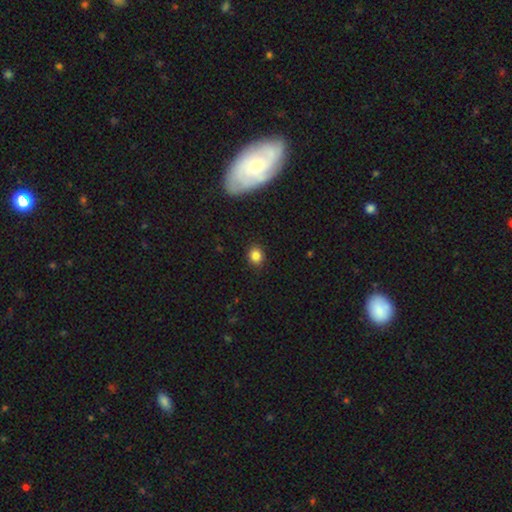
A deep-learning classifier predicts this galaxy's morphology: Overall: smooth (85%). How rounded: round (69%; in between 30%). Merging: none (88%).